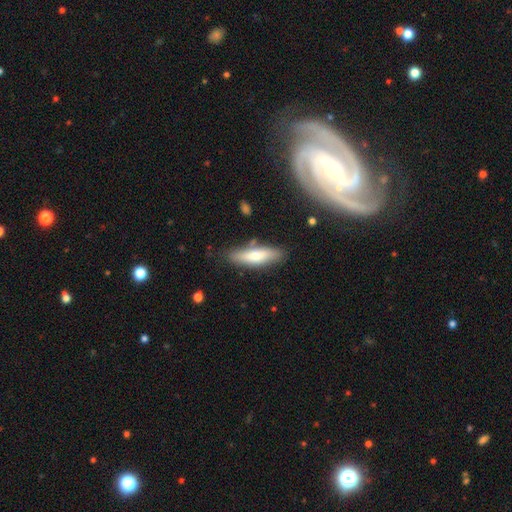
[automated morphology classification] Overall: smooth (68%). How rounded: cigar-shaped (63%; in between 35%). Merging: none (76%).